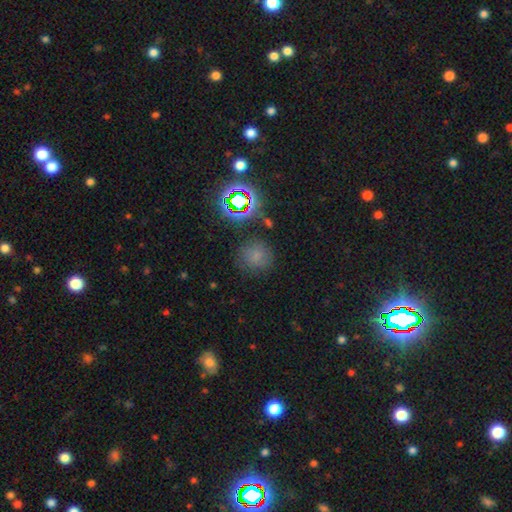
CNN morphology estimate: smooth-or-featured: smooth: 64% | star or artifact: 27% | featured or disk: 9%
  how-rounded: round: 87% | in between: 12% | cigar-shaped: 1%
  merging: none: 76% | minor disturbance: 14% | major disturbance: 6% | merger: 4%